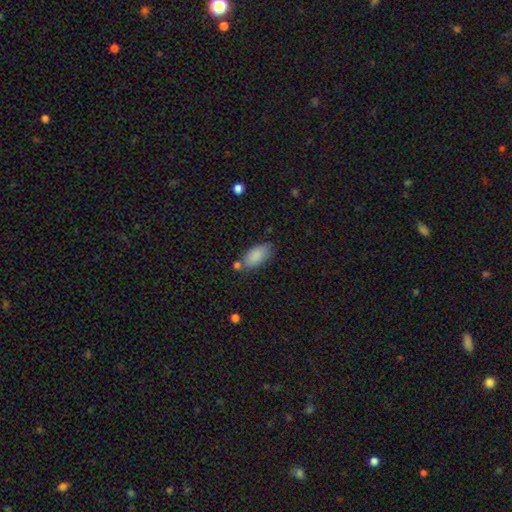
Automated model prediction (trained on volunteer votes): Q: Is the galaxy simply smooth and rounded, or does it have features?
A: smooth — 87%.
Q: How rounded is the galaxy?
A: in between — 92%.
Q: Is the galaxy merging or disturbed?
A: none — 67%.